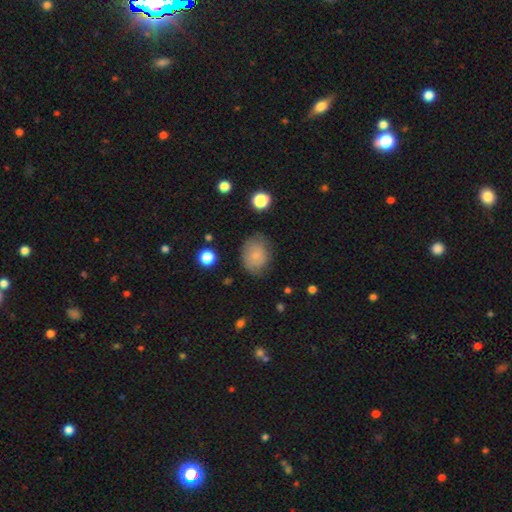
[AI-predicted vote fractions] This is likely a smooth galaxy (66%). How rounded: possibly in between (59%). Merging: likely none (64%).